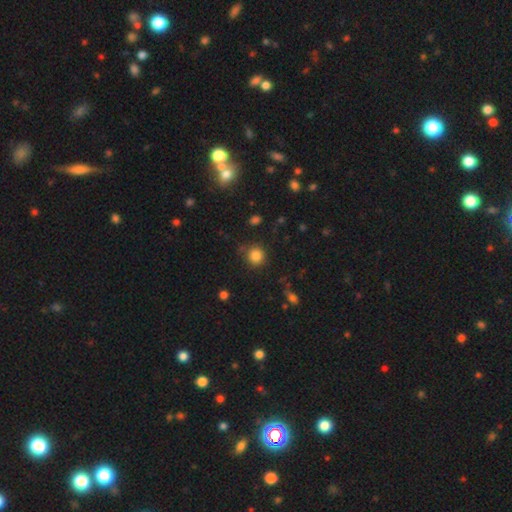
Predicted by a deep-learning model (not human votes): This appears to be a smooth galaxy with no disk features (83%) that is round (91%). Merging: none (82%).